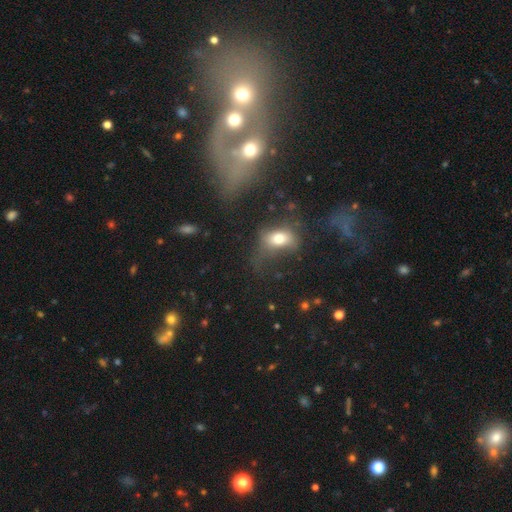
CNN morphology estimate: Smooth or featured: smooth — 41% (star or artifact — 31%)
Merging: merger — 36% (none — 34%)